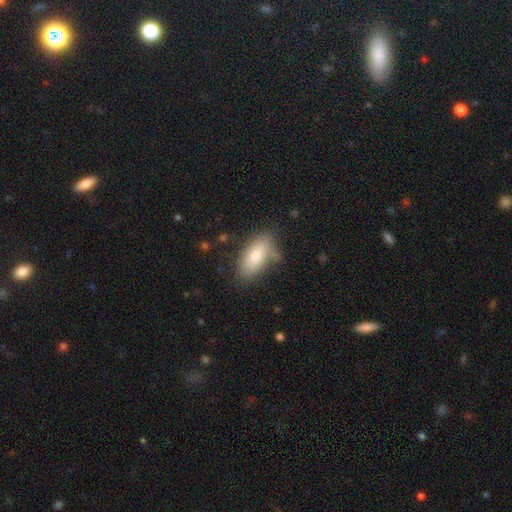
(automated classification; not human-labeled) Overall: smooth (79%). How rounded: in between (86%). Merging: none (71%).